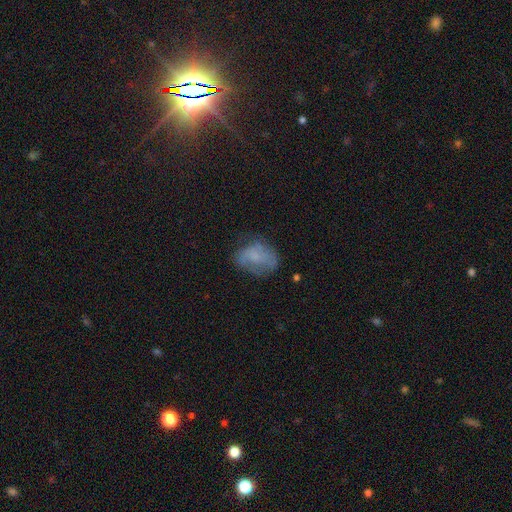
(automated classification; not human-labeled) smooth_or_featured: smooth (p=0.51) [alt: featured or disk p=0.38]
how_rounded: in between (p=0.71) [alt: round p=0.27]
merging: none (p=0.50) [alt: minor disturbance p=0.28]